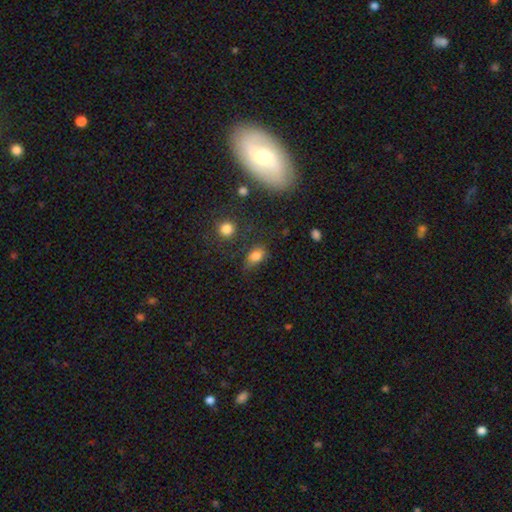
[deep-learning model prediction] Smooth or featured? smooth (79%)
How rounded? in between (78%)
Merging? none (62%)